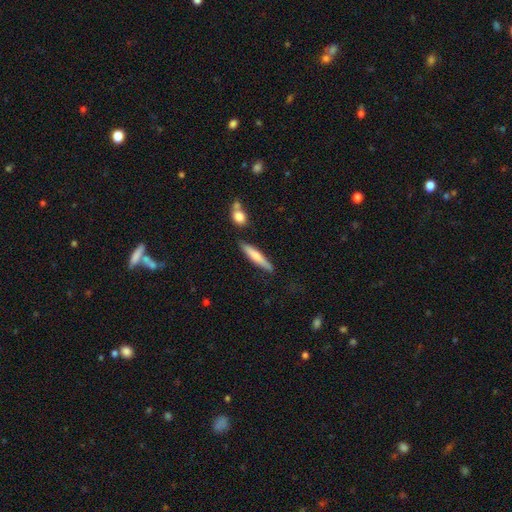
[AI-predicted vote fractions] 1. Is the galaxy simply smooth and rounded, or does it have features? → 66% smooth, 28% featured or disk, 6% star or artifact.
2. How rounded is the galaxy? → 89% cigar-shaped, 9% in between, 2% round.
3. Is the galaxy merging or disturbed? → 82% none, 11% minor disturbance, 5% merger, 3% major disturbance.